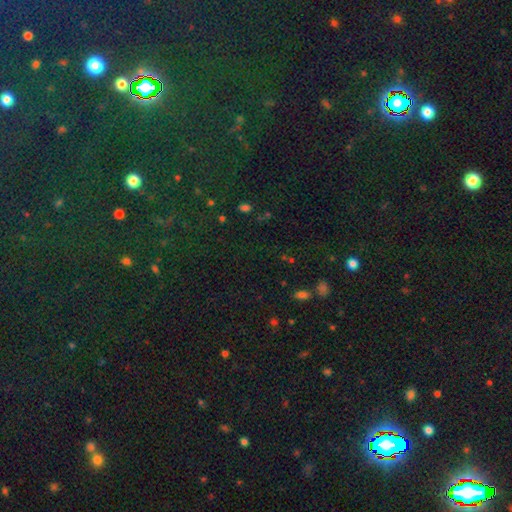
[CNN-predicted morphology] type=star or artifact (77%).